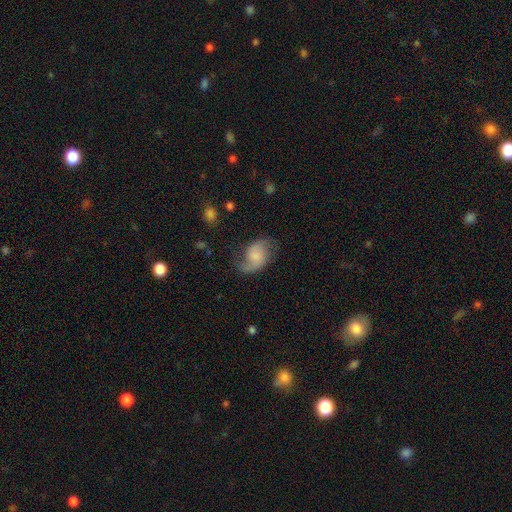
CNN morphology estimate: Q: Smooth or featured?
A: featured or disk (65%); runner-up: smooth (28%)
Q: Edge-on disk?
A: no (97%); runner-up: yes (3%)
Q: Bar?
A: no (57%); runner-up: weak (36%)
Q: Spiral arms?
A: yes (92%); runner-up: no (8%)
Q: Spiral winding?
A: loose (51%); runner-up: medium (38%)
Q: Spiral arm count?
A: 2 (78%); runner-up: 1 (14%)
Q: Bulge size?
A: small (34%); runner-up: moderate (28%)
Q: Merging?
A: none (57%); runner-up: minor disturbance (24%)